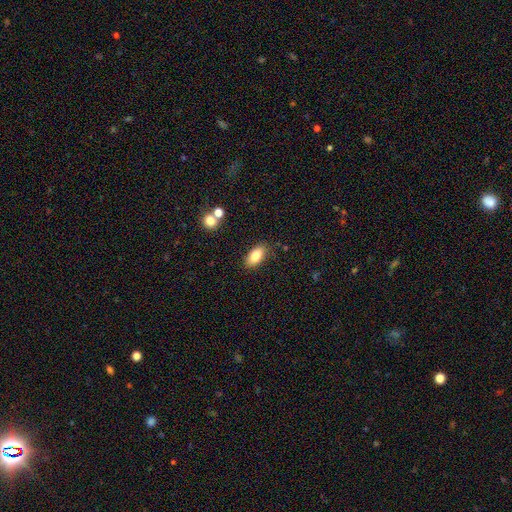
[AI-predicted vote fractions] This appears to be a smooth galaxy with no disk features (81%) that is in between round and cigar-shaped (90%). Merging: none (83%).